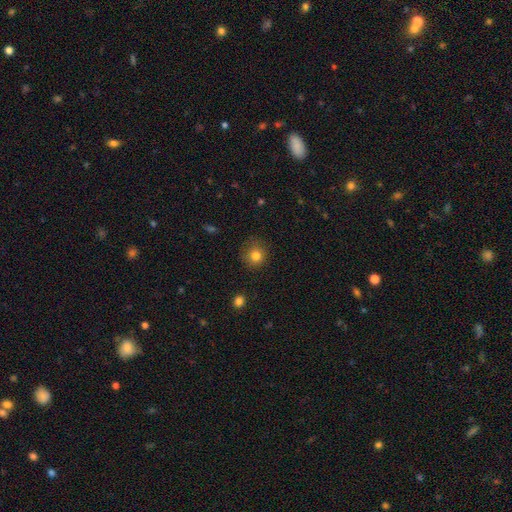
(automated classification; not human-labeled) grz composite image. It shows a smooth galaxy with no disk features (81%) that is round (89%). Merging: none (83%).